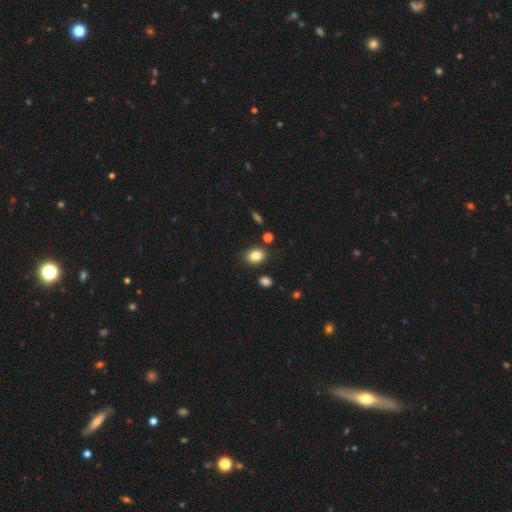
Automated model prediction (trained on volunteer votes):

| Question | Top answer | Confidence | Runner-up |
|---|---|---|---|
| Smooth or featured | smooth | 84% | star or artifact (10%) |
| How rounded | in between | 51% | round (48%) |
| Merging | none | 82% | minor disturbance (10%) |